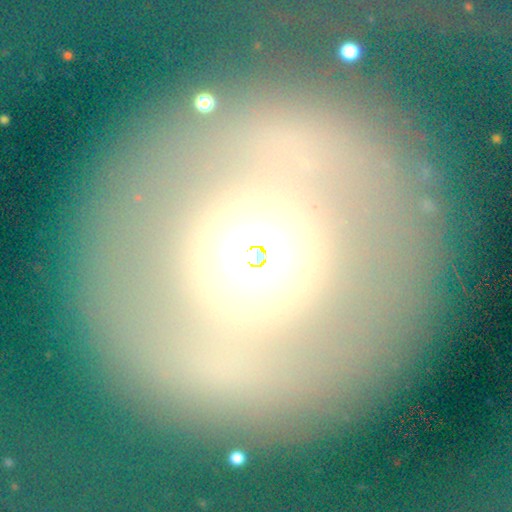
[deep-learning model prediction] Q: Smooth or featured?
A: star or artifact (38%); runner-up: smooth (35%)